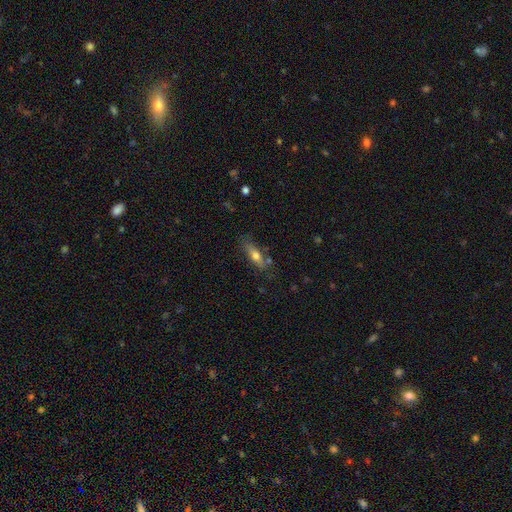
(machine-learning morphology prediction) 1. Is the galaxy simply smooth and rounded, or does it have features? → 64% smooth, 29% featured or disk, 7% star or artifact.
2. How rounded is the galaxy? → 51% in between, 46% cigar-shaped, 3% round.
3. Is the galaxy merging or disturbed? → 68% none, 19% minor disturbance, 7% merger, 5% major disturbance.